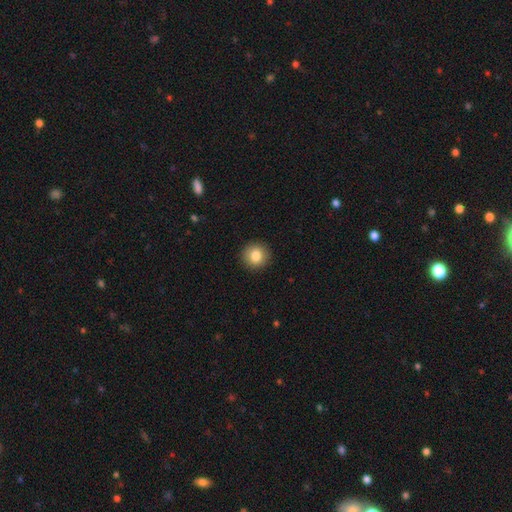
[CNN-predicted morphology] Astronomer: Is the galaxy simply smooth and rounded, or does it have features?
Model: smooth — 82%.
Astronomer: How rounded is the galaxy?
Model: round — 92%.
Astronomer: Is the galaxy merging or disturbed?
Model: none — 92%.